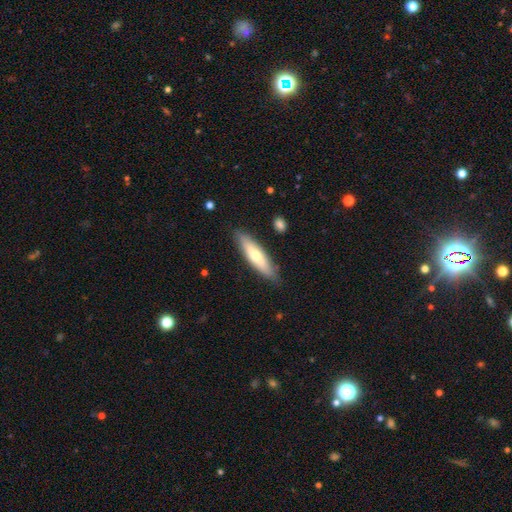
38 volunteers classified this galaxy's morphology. Smooth or featured? smooth (76%)
How rounded? cigar-shaped (59%)
Merging? none (86%)